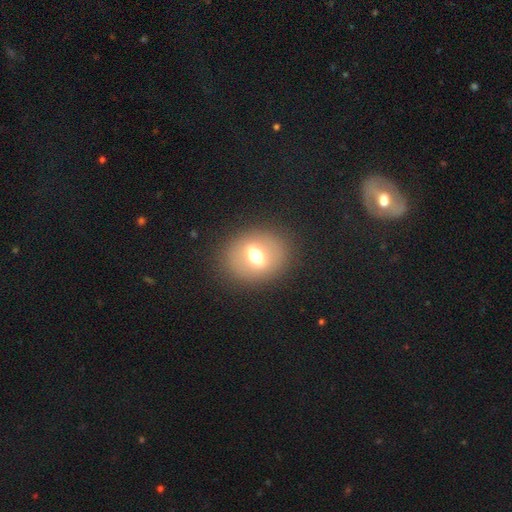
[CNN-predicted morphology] This appears to be a smooth galaxy with no disk features (53%) that is round (59%). Merging: none (86%).